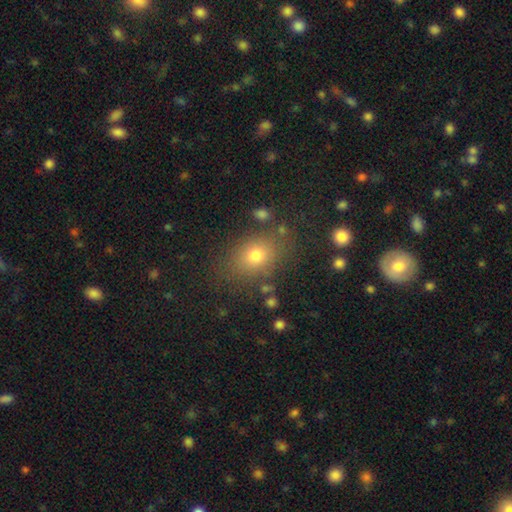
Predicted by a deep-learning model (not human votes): The model was most divided on "how rounded": in between: 62%, round: 36%, cigar-shaped: 1%. More confident: merging — none (80%); smooth or featured — smooth (74%).